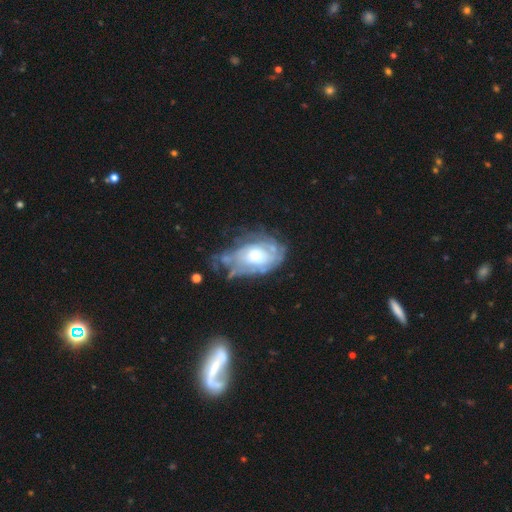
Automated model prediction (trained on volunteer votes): Smooth or featured? Predicted: featured or disk (p=0.74). Edge-on disk? Predicted: no (p=0.95). Bar? Predicted: no (p=0.81). Spiral arms? Predicted: yes (p=0.73). Spiral winding? Predicted: tight (p=0.68). Spiral arm count? Predicted: can't tell (p=0.66). Bulge size? Predicted: moderate (p=0.53). Merging? Predicted: none (p=0.46).